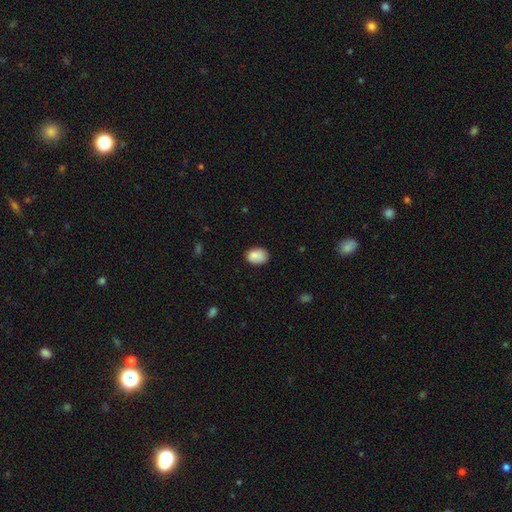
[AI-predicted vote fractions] Overall: smooth (85%). How rounded: in between (73%). Merging: none (74%).